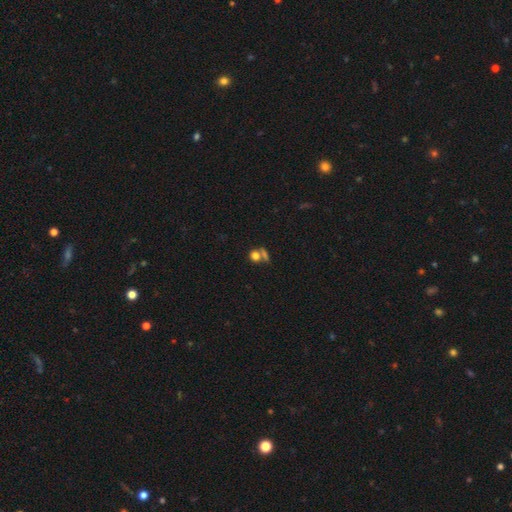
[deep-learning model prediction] Overall: smooth (73%). How rounded: round (79%). Merging: none (50%; merger 34%).